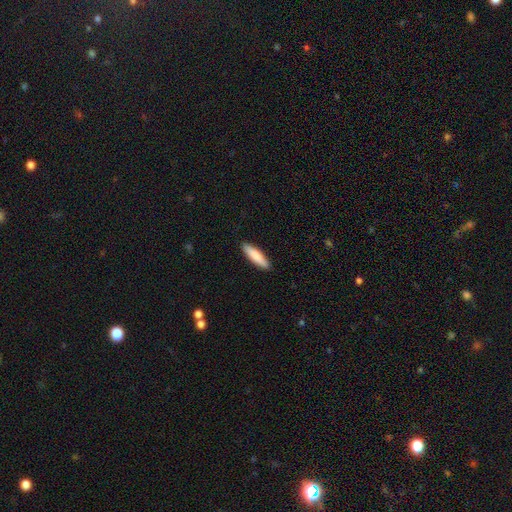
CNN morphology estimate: Smooth or featured? Predicted: smooth (p=0.84). How rounded? Predicted: cigar-shaped (p=0.73). Merging? Predicted: none (p=0.90).